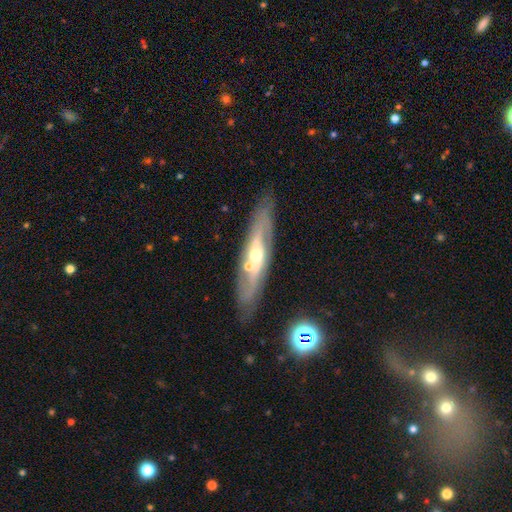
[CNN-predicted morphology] This appears to be a featured or disk galaxy (73%). Merging: none (78%).